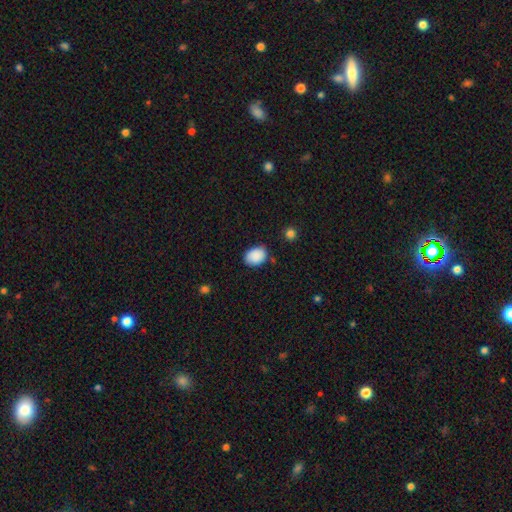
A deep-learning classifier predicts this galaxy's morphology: Smooth or featured? Predicted: smooth (p=0.89). How rounded? Predicted: in between (p=0.76). Merging? Predicted: none (p=0.78).